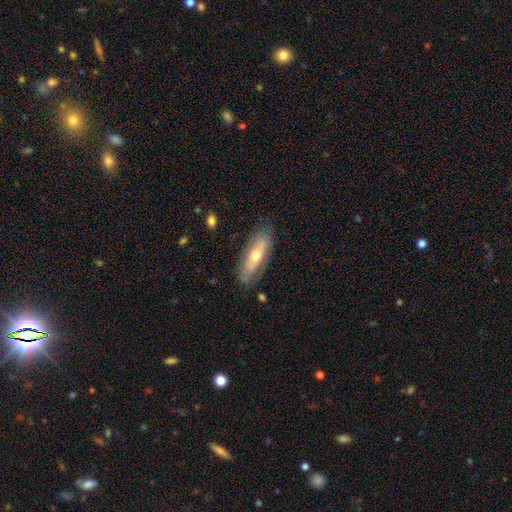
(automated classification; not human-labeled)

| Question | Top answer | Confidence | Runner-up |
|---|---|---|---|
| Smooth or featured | smooth | 49% | featured or disk (45%) |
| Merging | none | 78% | minor disturbance (16%) |